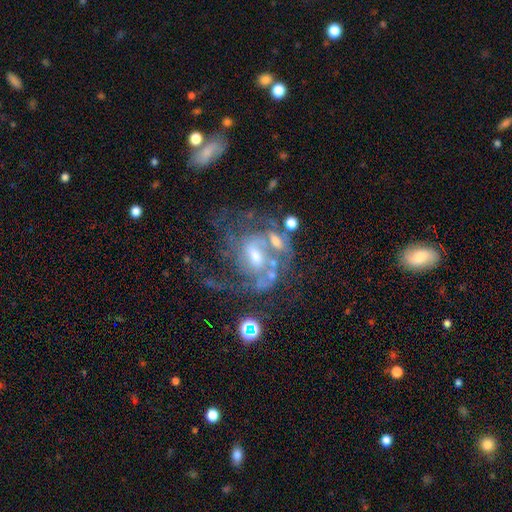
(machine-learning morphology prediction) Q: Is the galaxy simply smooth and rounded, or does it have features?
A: featured or disk — 79%.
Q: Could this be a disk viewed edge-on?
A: no — 97%.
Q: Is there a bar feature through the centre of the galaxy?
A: weak — 45%.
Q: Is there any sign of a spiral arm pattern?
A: yes — 80%.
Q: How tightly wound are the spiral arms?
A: medium — 43%.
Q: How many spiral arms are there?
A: can't tell — 36%.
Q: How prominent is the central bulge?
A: moderate — 46%.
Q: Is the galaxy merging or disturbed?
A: none — 37%.